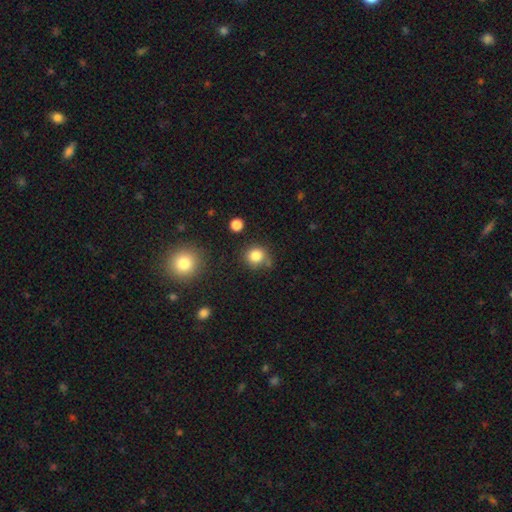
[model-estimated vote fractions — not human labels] Morphology: type=smooth (82%); roundness=round (88%); merging=none (72%).